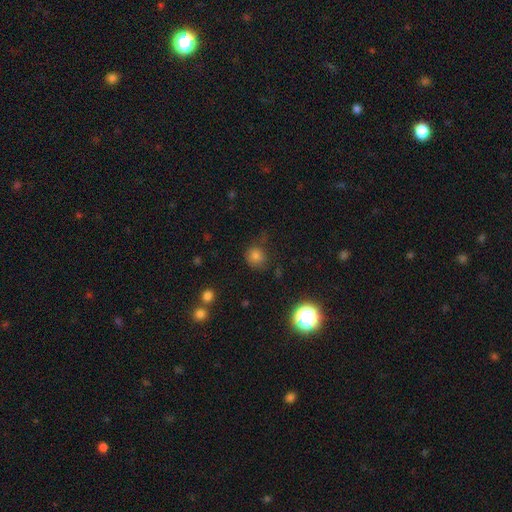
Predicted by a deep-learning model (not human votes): A smooth galaxy with no disk features (74%) that is round (84%). Merging: none (71%).